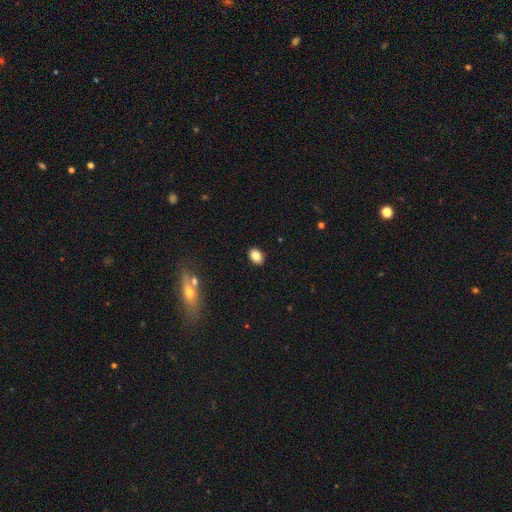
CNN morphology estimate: Smooth or featured?
  - smooth: 84% *
  - star or artifact: 9%
  - featured or disk: 7%
How rounded?
  - in between: 76% *
  - round: 22%
  - cigar-shaped: 1%
Merging?
  - none: 89% *
  - minor disturbance: 7%
  - major disturbance: 2%
  - merger: 1%